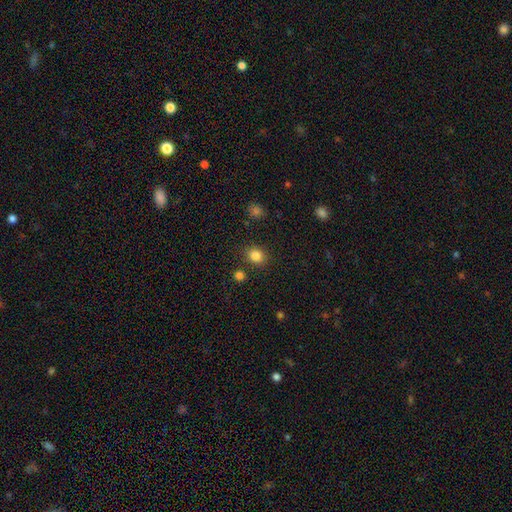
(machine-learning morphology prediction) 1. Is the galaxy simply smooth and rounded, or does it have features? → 83% smooth, 12% star or artifact, 5% featured or disk.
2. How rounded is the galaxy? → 72% round, 28% in between, 1% cigar-shaped.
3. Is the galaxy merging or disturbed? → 86% none, 8% minor disturbance, 4% merger, 3% major disturbance.